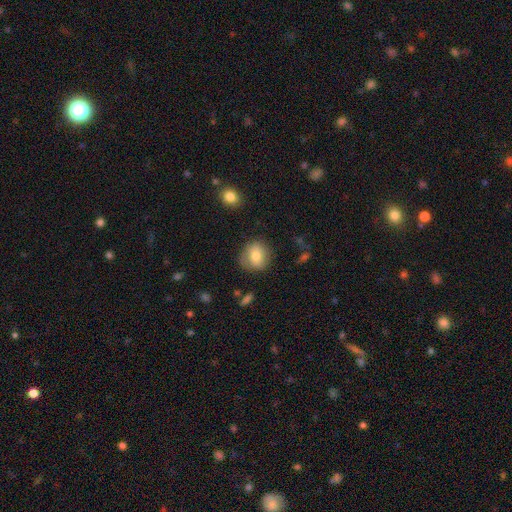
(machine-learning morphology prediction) Smooth or featured? Predicted: smooth (p=0.72). How rounded? Predicted: round (p=0.80). Merging? Predicted: none (p=0.77).